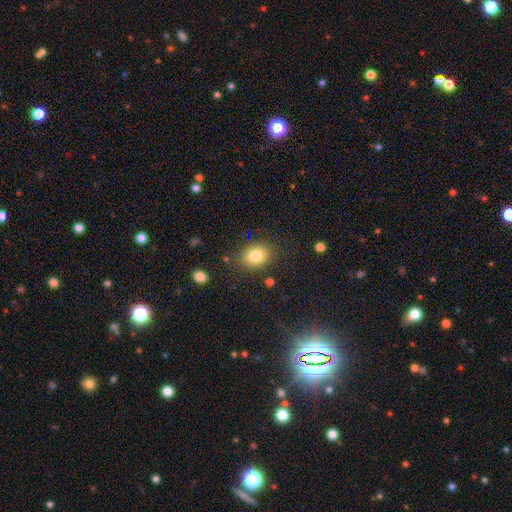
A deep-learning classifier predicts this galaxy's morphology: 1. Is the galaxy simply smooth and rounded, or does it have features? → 81% smooth, 10% star or artifact, 9% featured or disk.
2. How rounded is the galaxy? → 60% in between, 39% round, 1% cigar-shaped.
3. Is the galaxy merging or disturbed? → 82% none, 12% minor disturbance, 4% major disturbance, 3% merger.